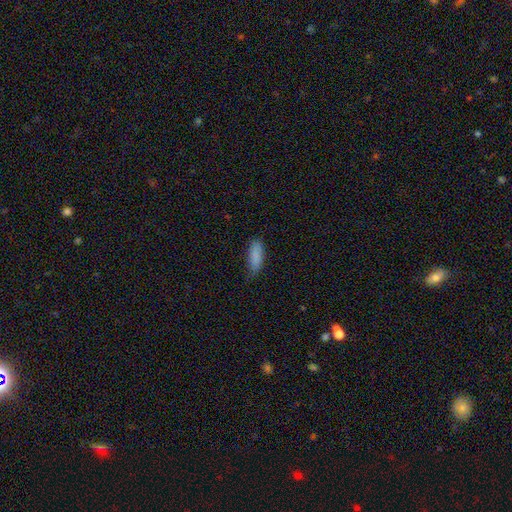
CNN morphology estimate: A smooth galaxy with no disk features (86%) that is in between round and cigar-shaped (60%).

Vote fractions:
- Smooth or featured? smooth: 86% / featured or disk: 7% / star or artifact: 7%
- How rounded? in between: 60% / cigar-shaped: 38% / round: 2%
- Merging? none: 68% / minor disturbance: 26% / major disturbance: 5% / merger: 1%